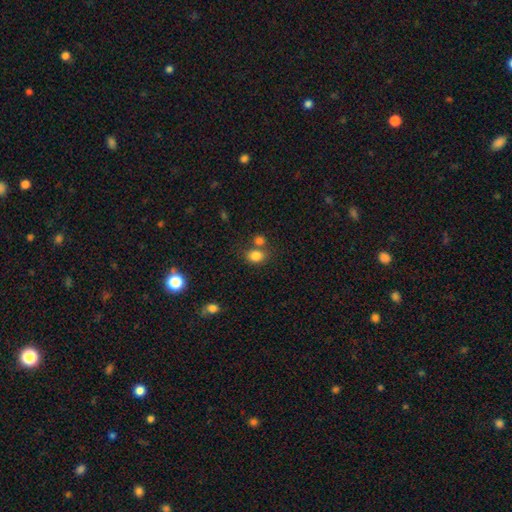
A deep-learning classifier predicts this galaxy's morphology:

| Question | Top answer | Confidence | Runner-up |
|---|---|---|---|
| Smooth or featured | smooth | 82% | star or artifact (11%) |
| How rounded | round | 52% | in between (47%) |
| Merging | none | 56% | merger (28%) |